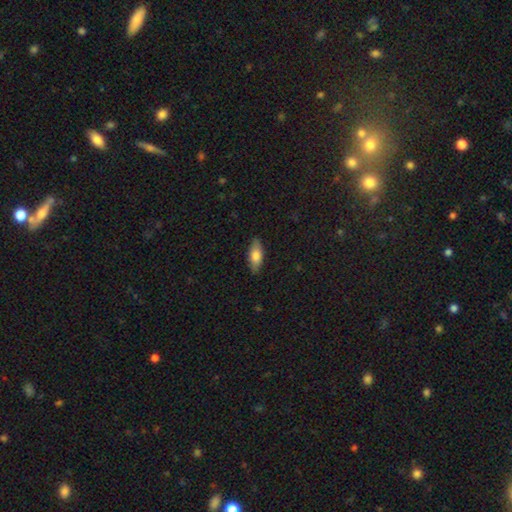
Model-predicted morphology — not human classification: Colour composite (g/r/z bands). It shows a smooth galaxy with no disk features (75%) that is in between round and cigar-shaped (80%). Merging: none (87%).